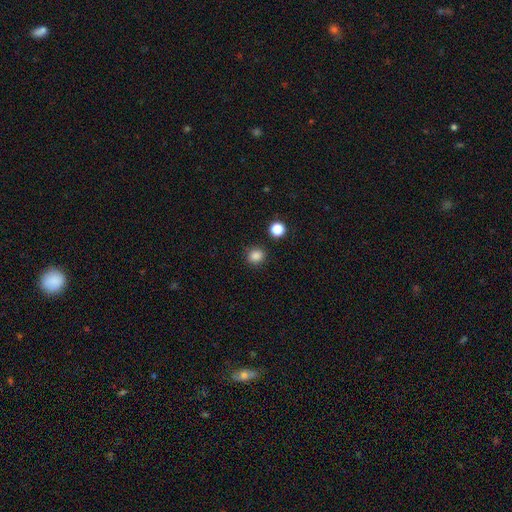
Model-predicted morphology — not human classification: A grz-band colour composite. It shows a smooth galaxy with no disk features (85%) that is round (85%). Merging: none (88%).